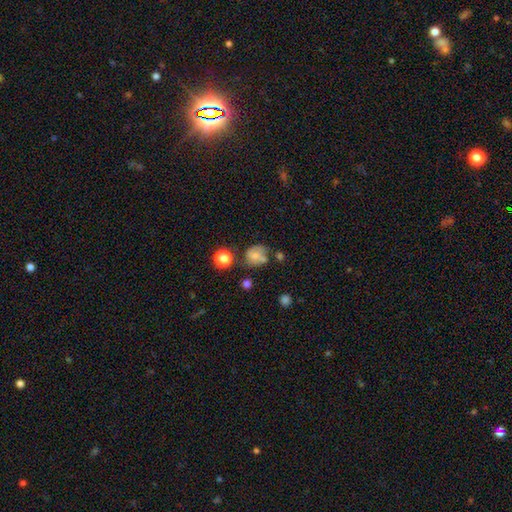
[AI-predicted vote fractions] The model was most divided on "merging": none: 49%, minor disturbance: 24%, merger: 14%, major disturbance: 13%. More confident: how rounded — round (68%); smooth or featured — smooth (65%).